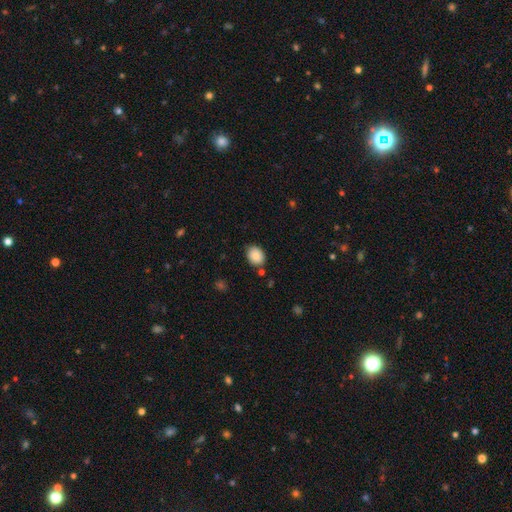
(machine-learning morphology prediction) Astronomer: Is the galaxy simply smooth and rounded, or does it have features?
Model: smooth — 88%.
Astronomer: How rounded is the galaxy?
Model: in between — 53% (runner-up: round, 46%).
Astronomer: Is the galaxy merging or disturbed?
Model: none — 83%.